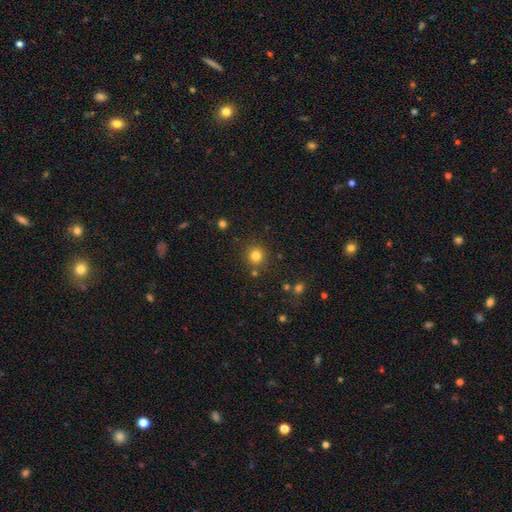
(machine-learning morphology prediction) Smooth or featured? Predicted: smooth (p=0.81). How rounded? Predicted: round (p=0.90). Merging? Predicted: none (p=0.82).